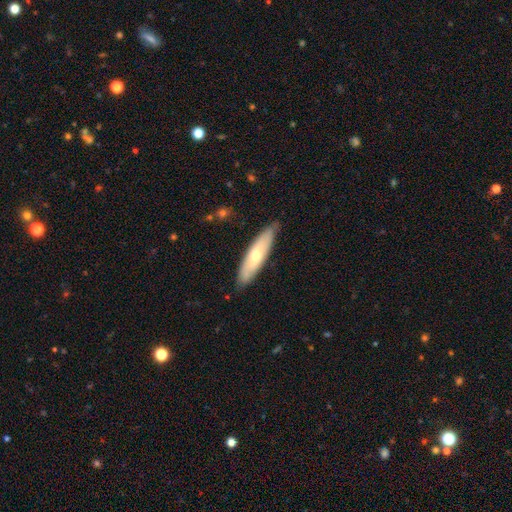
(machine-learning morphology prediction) smooth-or-featured: smooth: 53% | featured or disk: 41% | star or artifact: 6%
  how-rounded: cigar-shaped: 66% | in between: 33% | round: 2%
  merging: none: 81% | minor disturbance: 16% | major disturbance: 2% | merger: 1%